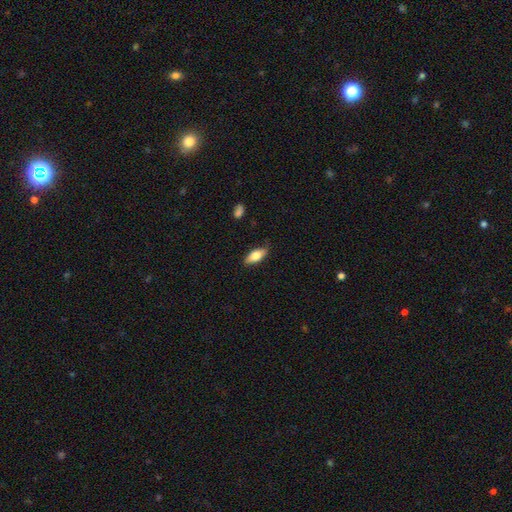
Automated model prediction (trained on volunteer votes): smooth-or-featured: smooth: 71% | featured or disk: 23% | star or artifact: 6%
  how-rounded: in between: 80% | cigar-shaped: 17% | round: 3%
  merging: none: 77% | minor disturbance: 19% | major disturbance: 3% | merger: 1%